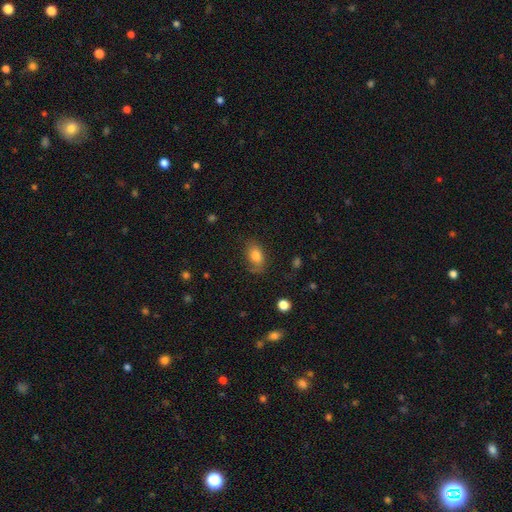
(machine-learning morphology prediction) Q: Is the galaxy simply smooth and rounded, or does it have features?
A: smooth — 78%.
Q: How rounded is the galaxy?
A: in between — 86%.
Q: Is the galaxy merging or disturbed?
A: none — 69%.